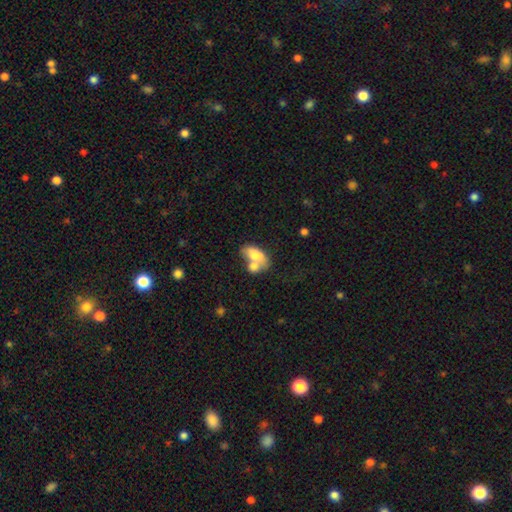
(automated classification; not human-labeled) This appears to be a smooth galaxy with no disk features (74%) that is in between round and cigar-shaped (88%). Merging: merger (60%).